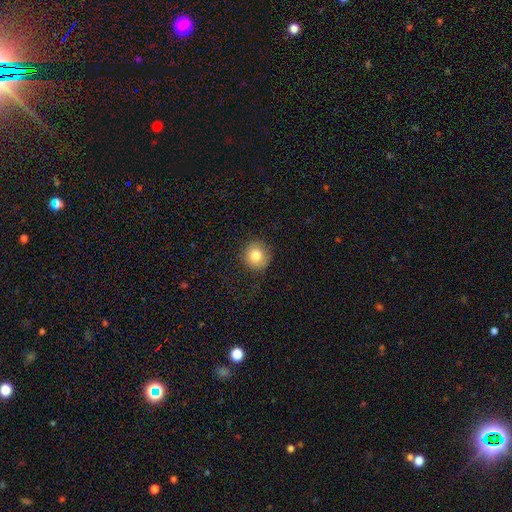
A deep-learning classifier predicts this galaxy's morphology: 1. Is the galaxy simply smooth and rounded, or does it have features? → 81% smooth, 10% star or artifact, 9% featured or disk.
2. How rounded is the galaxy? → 92% round, 7% in between, 1% cigar-shaped.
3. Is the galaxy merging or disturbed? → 86% none, 10% minor disturbance, 3% major disturbance, 1% merger.